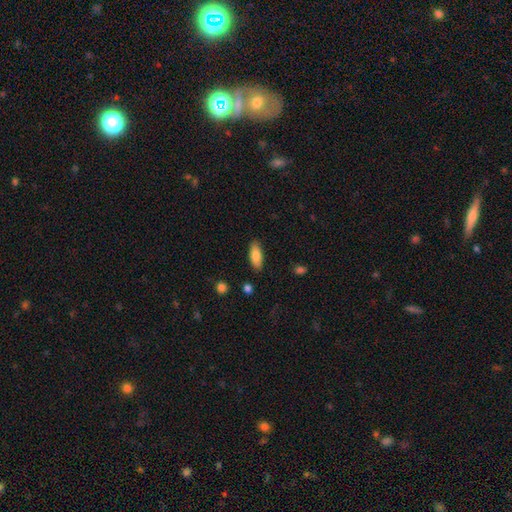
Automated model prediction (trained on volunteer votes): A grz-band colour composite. It shows a smooth galaxy with no disk features (82%) that is in between round and cigar-shaped (77%). Merging: none (87%).